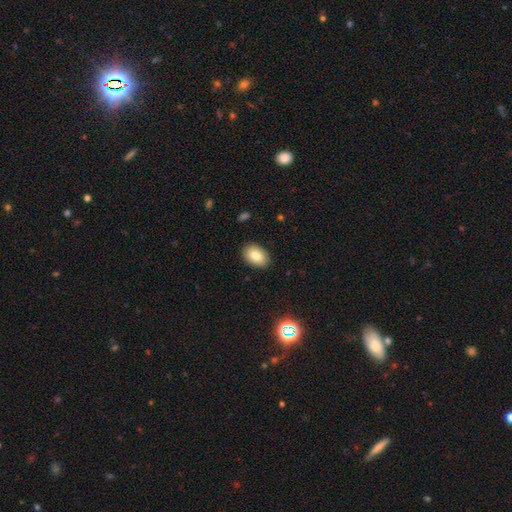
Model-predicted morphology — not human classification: smooth-or-featured: smooth: 81% | featured or disk: 11% | star or artifact: 8%
  how-rounded: in between: 86% | round: 13% | cigar-shaped: 1%
  merging: none: 88% | minor disturbance: 9% | major disturbance: 2% | merger: 1%